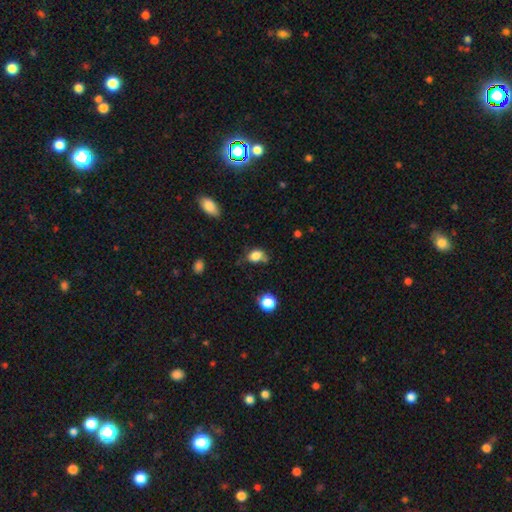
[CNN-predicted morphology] type=smooth (81%); roundness=in between (66%); merging=none (53%).